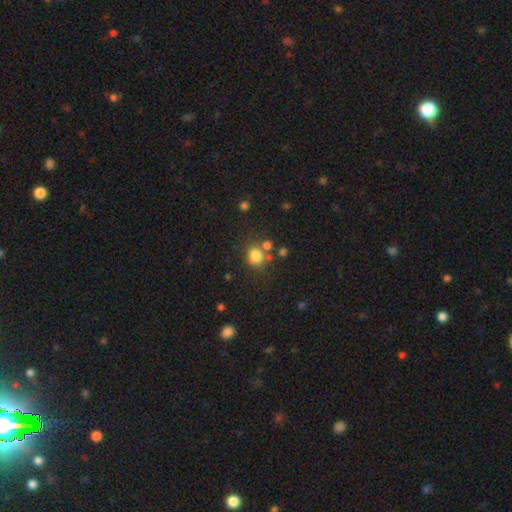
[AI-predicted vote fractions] Q: Smooth or featured?
A: smooth (79%); runner-up: star or artifact (14%)
Q: How rounded?
A: round (79%); runner-up: in between (20%)
Q: Merging?
A: none (66%); runner-up: merger (18%)